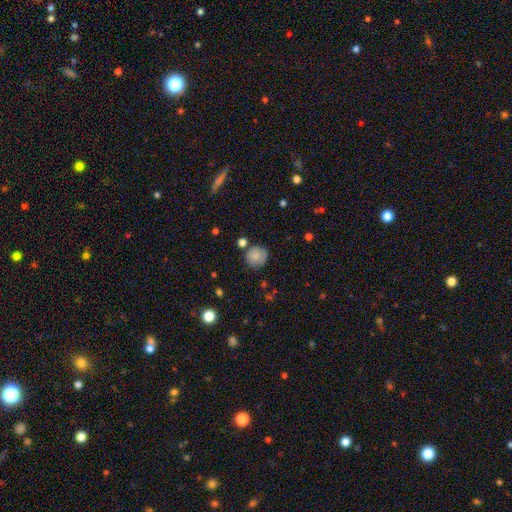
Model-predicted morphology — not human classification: type=smooth (81%); roundness=round (91%); merging=none (75%).